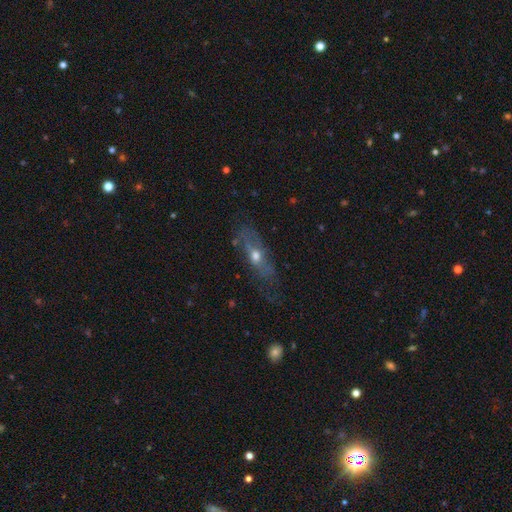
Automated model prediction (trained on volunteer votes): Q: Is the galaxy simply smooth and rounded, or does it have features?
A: featured or disk — 51%.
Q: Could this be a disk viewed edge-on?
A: no — 58%.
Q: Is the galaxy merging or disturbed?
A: none — 54%.